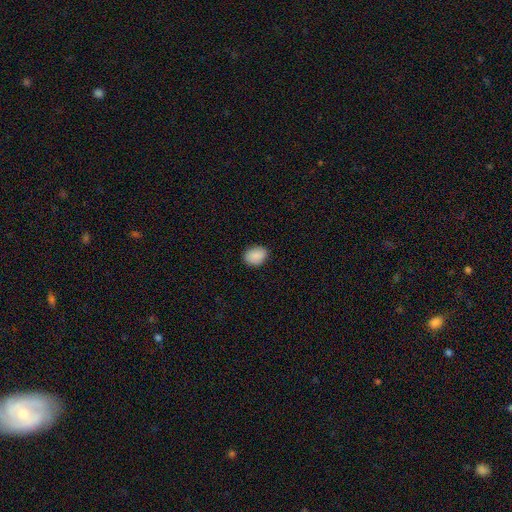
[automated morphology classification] Smooth or featured? smooth (89%)
How rounded? in between (65%)
Merging? none (86%)